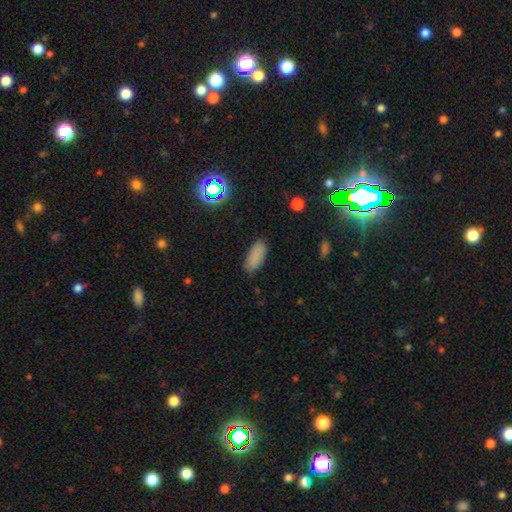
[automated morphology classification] A smooth galaxy with no disk features (83%) that is in between round and cigar-shaped (84%).

Vote fractions:
- Smooth or featured? smooth: 83% / star or artifact: 12% / featured or disk: 5%
- How rounded? in between: 84% / cigar-shaped: 13% / round: 2%
- Merging? none: 81% / minor disturbance: 14% / major disturbance: 3% / merger: 1%